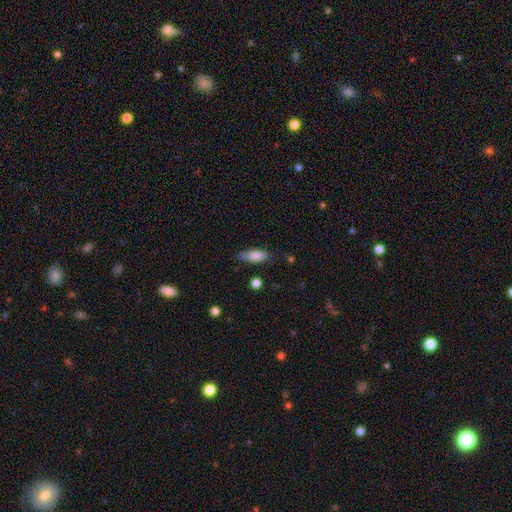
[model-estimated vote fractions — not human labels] Morphology: type=smooth (83%); roundness=in between (74%); merging=none (60%).